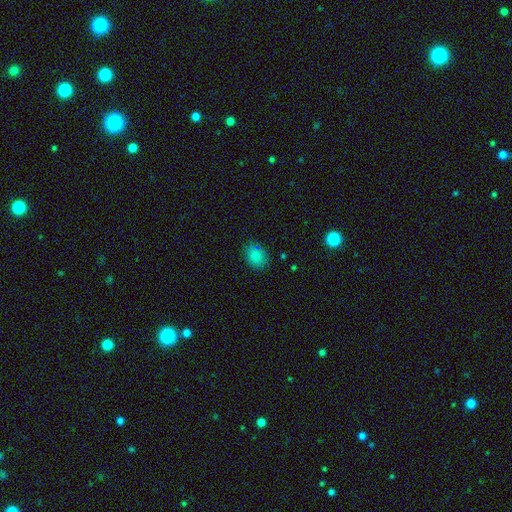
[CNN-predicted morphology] smooth-or-featured: smooth: 81% | star or artifact: 12% | featured or disk: 6%
  how-rounded: in between: 62% | round: 37% | cigar-shaped: 1%
  merging: none: 79% | minor disturbance: 14% | major disturbance: 3% | merger: 3%